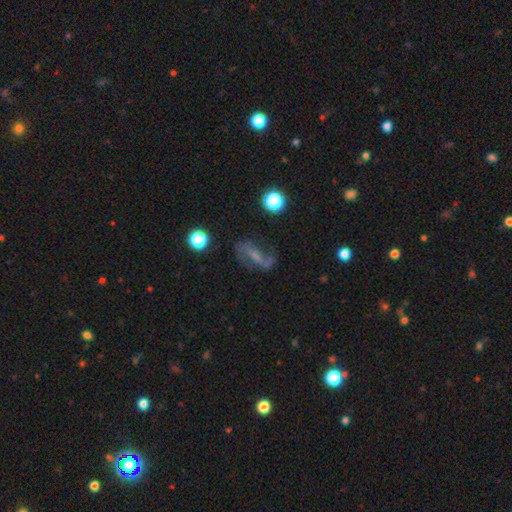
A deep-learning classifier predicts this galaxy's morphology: The model was most divided on "bar": strong: 42%, weak: 34%, no: 24%. Remaining: edge-on disk — no (88%); spiral arms — yes (78%); smooth or featured — featured or disk (61%); merging — none (57%); bulge size — small (42%).